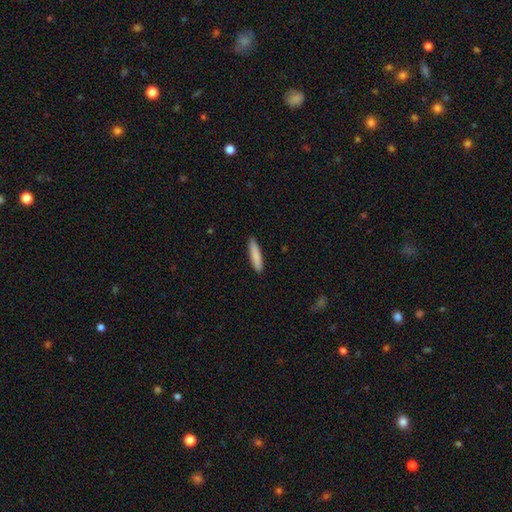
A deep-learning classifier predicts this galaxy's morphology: Smooth or featured: smooth — 86% (featured or disk — 9%)
How rounded: cigar-shaped — 86% (in between — 13%)
Merging: none — 90% (minor disturbance — 8%)